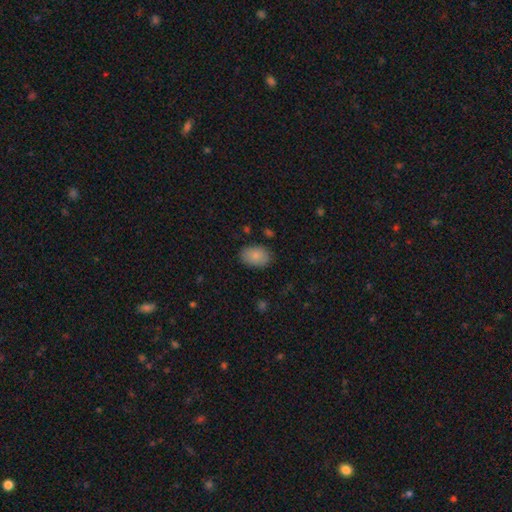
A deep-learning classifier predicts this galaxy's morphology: This is clearly a smooth galaxy (86%). How rounded: clearly in between (86%). Merging: clearly none (84%).